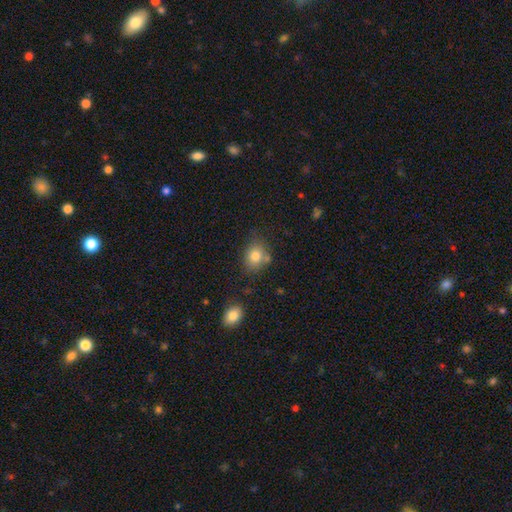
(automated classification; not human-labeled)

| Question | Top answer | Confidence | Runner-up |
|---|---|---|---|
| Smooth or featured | smooth | 79% | star or artifact (11%) |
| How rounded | round | 55% | in between (44%) |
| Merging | none | 66% | minor disturbance (18%) |